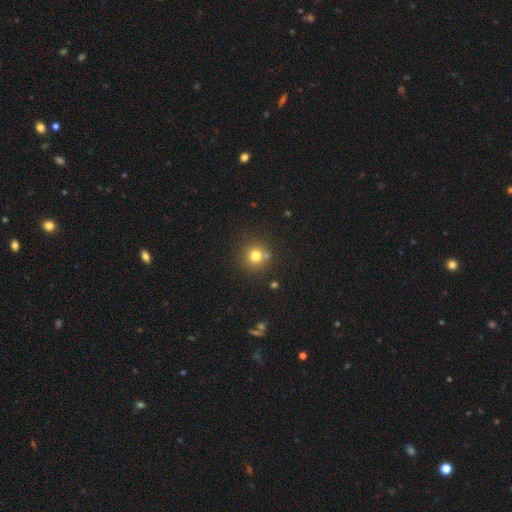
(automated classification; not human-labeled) smooth-or-featured: smooth: 76% | star or artifact: 16% | featured or disk: 9%
  how-rounded: round: 93% | in between: 6% | cigar-shaped: 1%
  merging: none: 78% | merger: 10% | minor disturbance: 9% | major disturbance: 3%